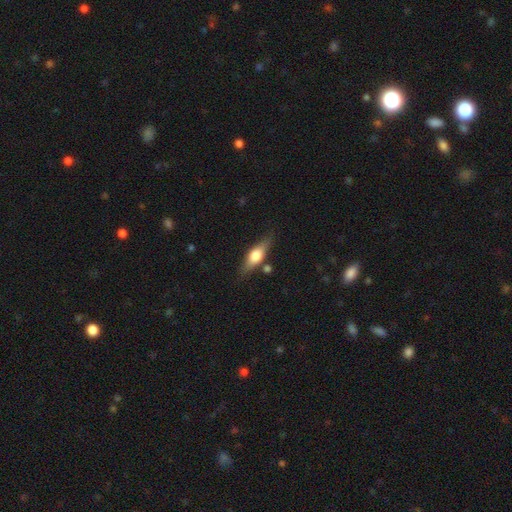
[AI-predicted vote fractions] smooth-or-featured: featured or disk: 49% | smooth: 44% | star or artifact: 7%
  merging: none: 77% | minor disturbance: 14% | merger: 6% | major disturbance: 4%